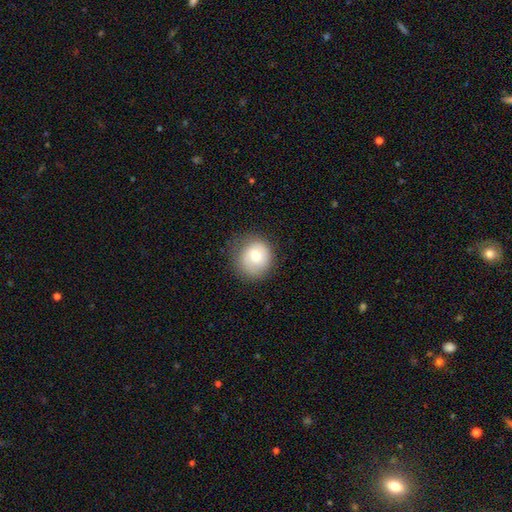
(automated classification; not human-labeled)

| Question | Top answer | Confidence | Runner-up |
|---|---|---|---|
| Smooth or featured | smooth | 72% | featured or disk (19%) |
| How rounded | round | 84% | in between (15%) |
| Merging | none | 75% | minor disturbance (18%) |